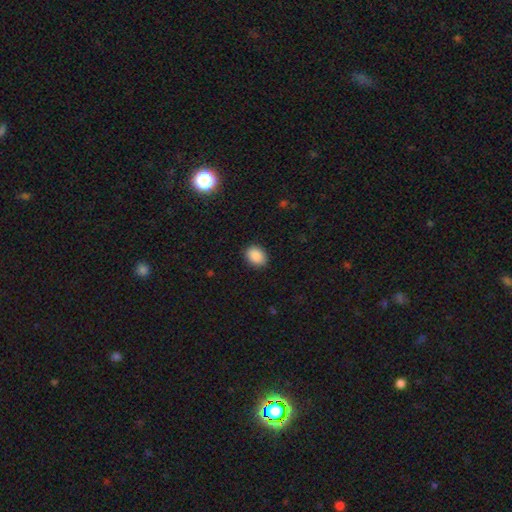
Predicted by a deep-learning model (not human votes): smooth-or-featured: smooth: 89% | star or artifact: 8% | featured or disk: 3%
  how-rounded: in between: 62% | round: 37% | cigar-shaped: 1%
  merging: none: 89% | minor disturbance: 8% | major disturbance: 2% | merger: 1%